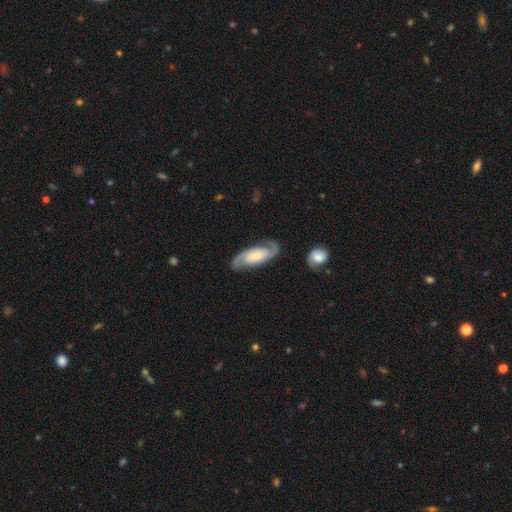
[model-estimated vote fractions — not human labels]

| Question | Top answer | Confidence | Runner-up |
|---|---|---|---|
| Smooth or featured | featured or disk | 81% | smooth (14%) |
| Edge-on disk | no | 95% | yes (5%) |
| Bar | no | 49% | weak (35%) |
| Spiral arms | yes | 97% | no (3%) |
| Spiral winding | medium | 47% | tight (36%) |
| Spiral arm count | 2 | 92% | can't tell (4%) |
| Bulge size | moderate | 33% | small (26%) |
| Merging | none | 80% | minor disturbance (13%) |